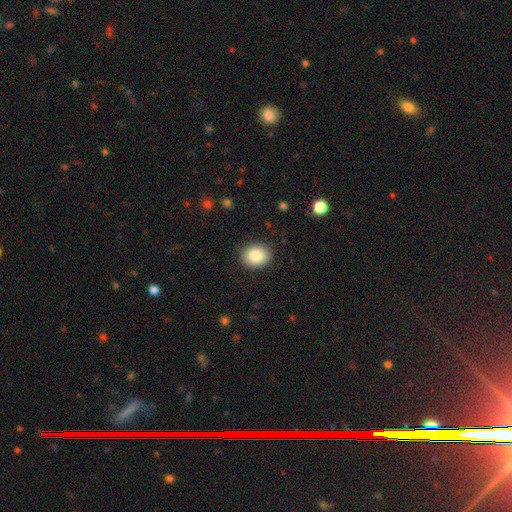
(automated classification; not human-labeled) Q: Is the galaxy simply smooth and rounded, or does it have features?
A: smooth — 87%.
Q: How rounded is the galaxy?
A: in between — 50%.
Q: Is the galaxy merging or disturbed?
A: none — 88%.